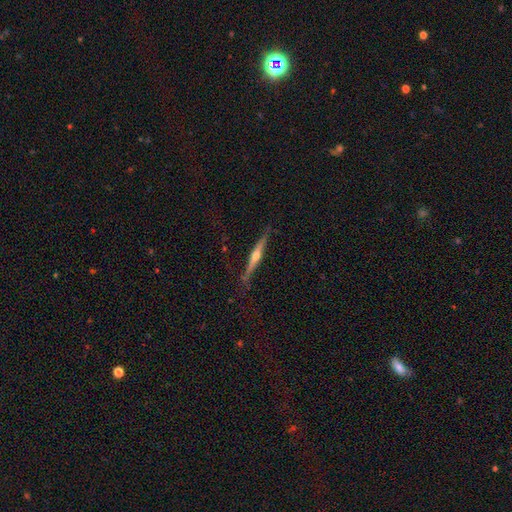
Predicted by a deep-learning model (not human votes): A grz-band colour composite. It shows a featured or disk galaxy (73%) viewed edge-on (97%) with a rounded central bulge (90%). Merging: none (82%).